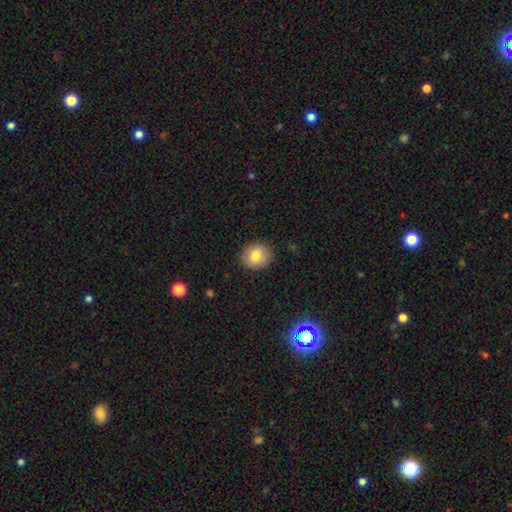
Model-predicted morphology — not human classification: Smooth or featured: smooth — 80% (featured or disk — 12%)
How rounded: round — 79% (in between — 20%)
Merging: none — 88% (minor disturbance — 8%)